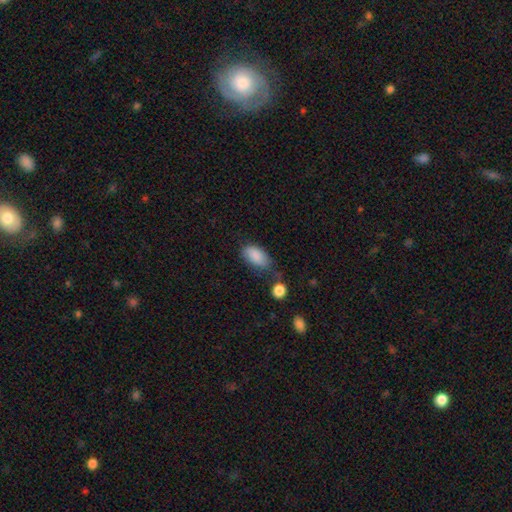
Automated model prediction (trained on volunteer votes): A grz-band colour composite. It shows a smooth galaxy with no disk features (87%) that is in between round and cigar-shaped (93%). Merging: none (57%).